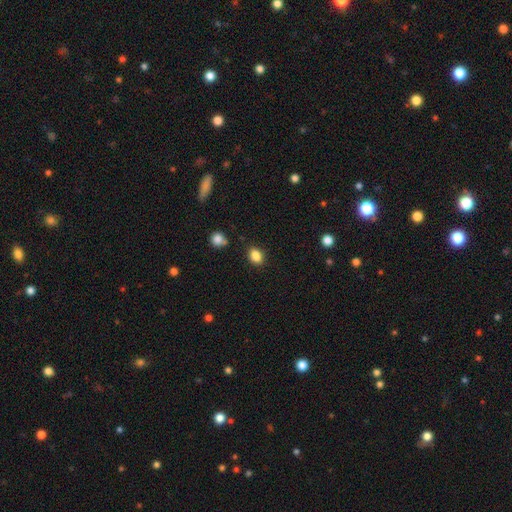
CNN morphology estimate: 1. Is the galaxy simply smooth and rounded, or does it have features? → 85% smooth, 10% star or artifact, 5% featured or disk.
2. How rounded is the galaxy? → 66% in between, 33% round, 1% cigar-shaped.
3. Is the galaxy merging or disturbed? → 84% none, 10% minor disturbance, 3% merger, 2% major disturbance.